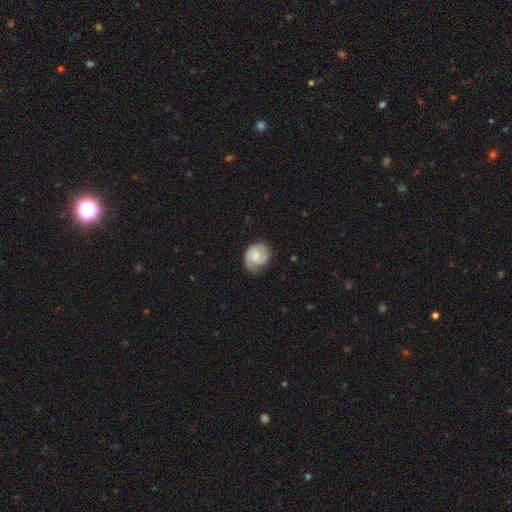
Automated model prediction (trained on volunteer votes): featured or disk 64%, smooth 30%, star or artifact 6%. Down the decision tree: edge-on disk — no (98%); bar — no (67%); spiral arms — yes (91%); spiral arm count — 2 (48%); spiral winding — tight (58%); bulge size — small (45%); merging — none (63%).